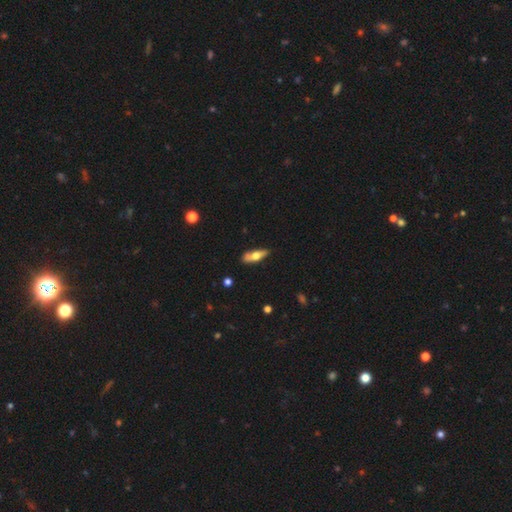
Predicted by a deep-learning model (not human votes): Overall: smooth (53%; featured or disk 41%). How rounded: in between (49%; cigar-shaped 48%). Merging: none (73%).